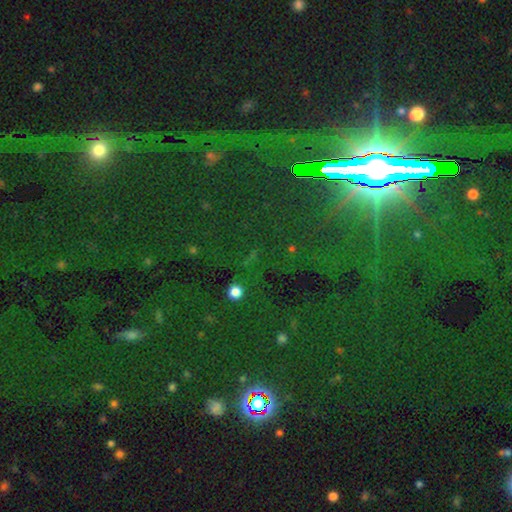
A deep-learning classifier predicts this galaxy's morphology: smooth_or_featured: star or artifact (p=0.82) [alt: featured or disk p=0.10]